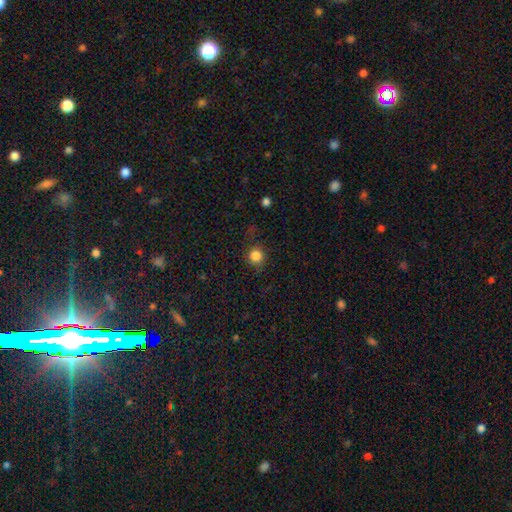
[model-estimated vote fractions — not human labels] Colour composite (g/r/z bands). It shows a smooth galaxy with no disk features (83%) that is round (90%). Merging: none (81%).